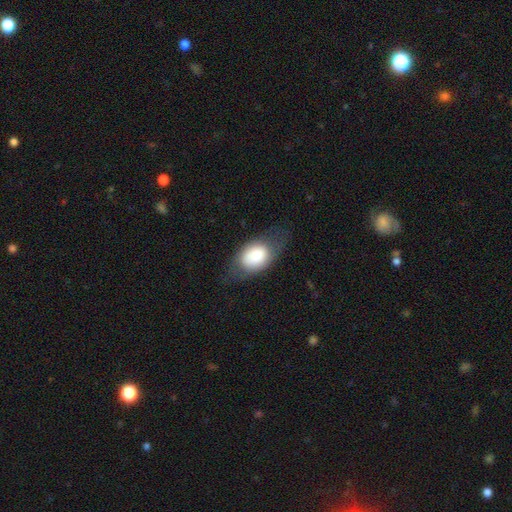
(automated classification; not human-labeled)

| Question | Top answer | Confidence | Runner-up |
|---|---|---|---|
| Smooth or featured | smooth | 75% | featured or disk (18%) |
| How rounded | in between | 81% | round (17%) |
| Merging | none | 61% | minor disturbance (24%) |